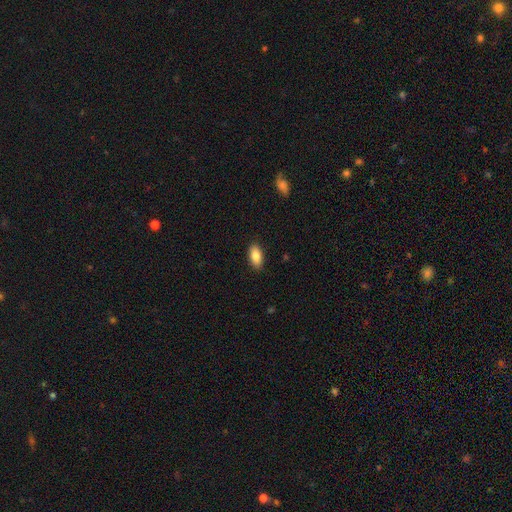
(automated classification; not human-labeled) A smooth galaxy with no disk features (87%) that is in between round and cigar-shaped (91%). Merging: none (88%).